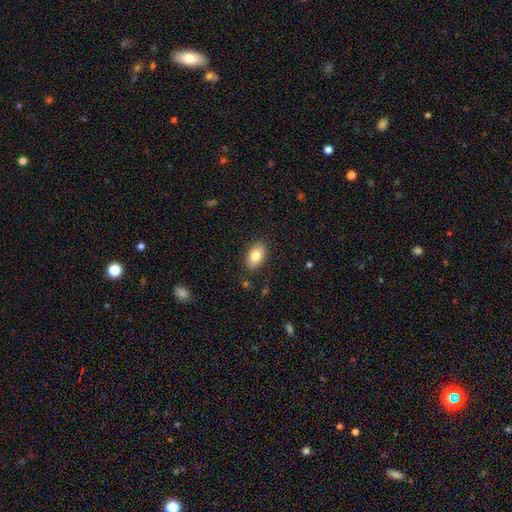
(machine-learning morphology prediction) Smooth or featured? Predicted: smooth (p=0.83). How rounded? Predicted: in between (p=0.91). Merging? Predicted: none (p=0.86).